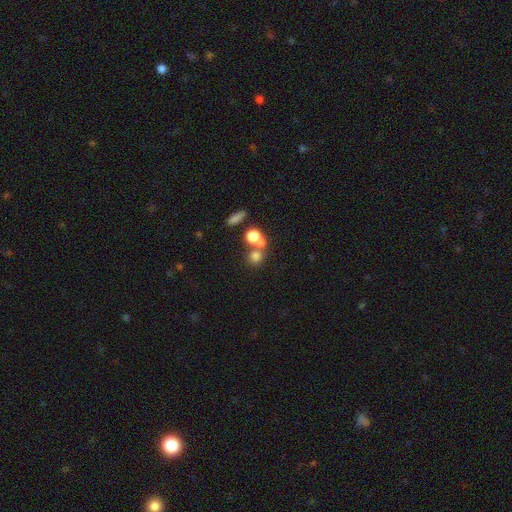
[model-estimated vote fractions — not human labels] Smooth or featured? Predicted: smooth (p=0.69). How rounded? Predicted: round (p=0.80). Merging? Predicted: none (p=0.44, tied with merger).